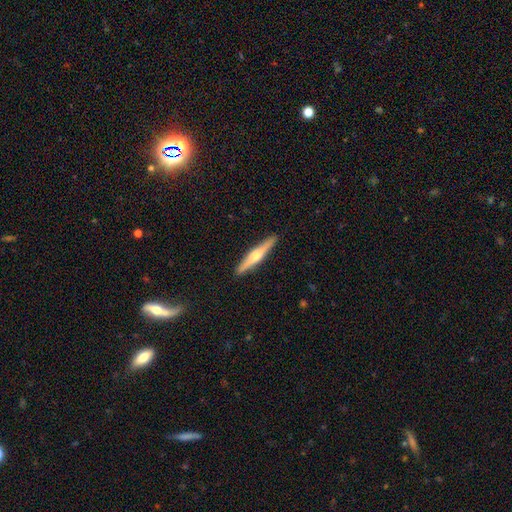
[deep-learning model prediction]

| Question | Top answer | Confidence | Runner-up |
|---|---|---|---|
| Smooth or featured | featured or disk | 62% | smooth (33%) |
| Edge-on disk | yes | 97% | no (3%) |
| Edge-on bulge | rounded | 90% | none (6%) |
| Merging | none | 91% | minor disturbance (6%) |